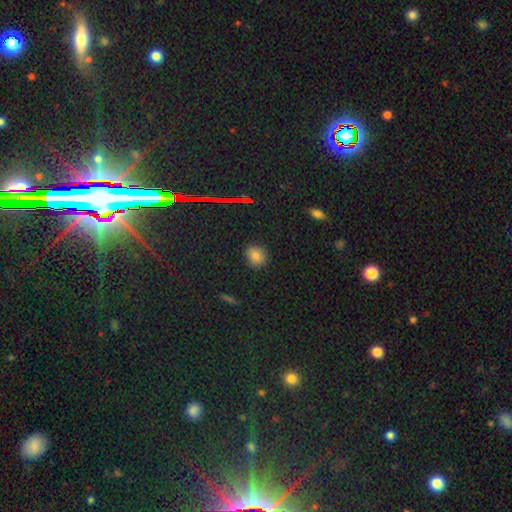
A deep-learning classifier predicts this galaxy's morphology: smooth-or-featured: smooth: 76% | star or artifact: 16% | featured or disk: 8%
  how-rounded: round: 77% | in between: 22% | cigar-shaped: 1%
  merging: none: 87% | minor disturbance: 9% | major disturbance: 2% | merger: 1%